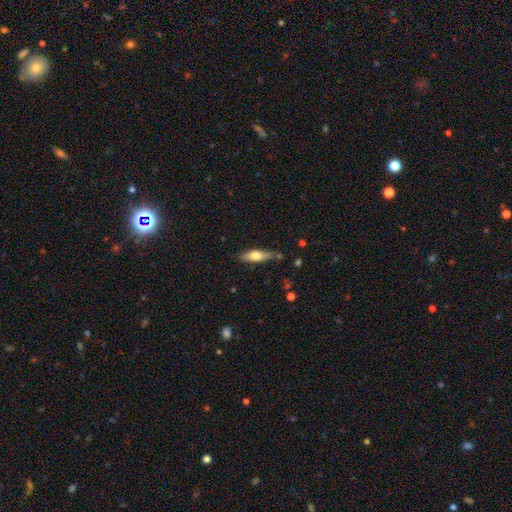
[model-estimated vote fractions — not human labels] Overall: smooth (59%; featured or disk 34%). How rounded: cigar-shaped (54%; in between 43%). Merging: none (73%).